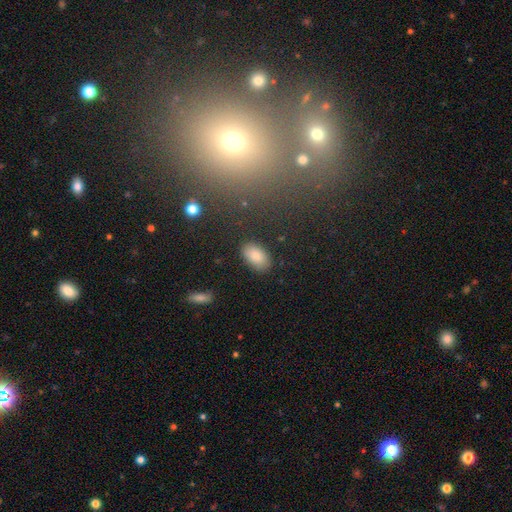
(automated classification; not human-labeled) This is clearly a smooth galaxy (87%). How rounded: clearly in between (93%). Merging: clearly none (83%).